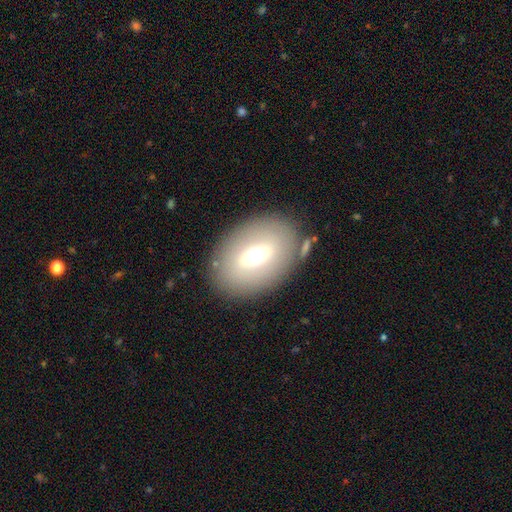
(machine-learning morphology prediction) A smooth galaxy with no disk features (58%) that is in between round and cigar-shaped (82%).

Vote fractions:
- Smooth or featured? smooth: 58% / featured or disk: 33% / star or artifact: 9%
- How rounded? in between: 82% / round: 16% / cigar-shaped: 1%
- Merging? none: 82% / minor disturbance: 10% / major disturbance: 4% / merger: 4%